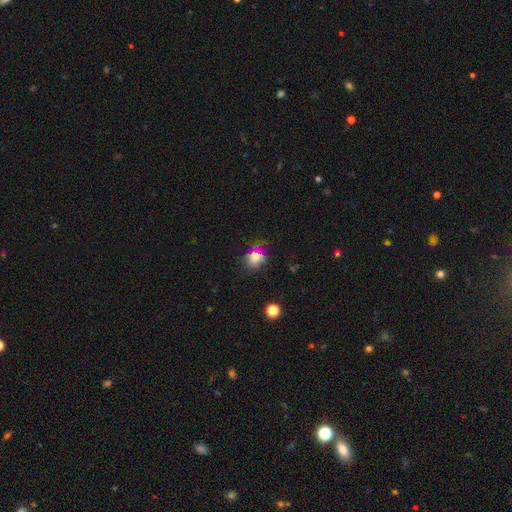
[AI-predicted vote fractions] Smooth or featured? Predicted: smooth (p=0.74). How rounded? Predicted: round (p=0.59). Merging? Predicted: none (p=0.67).